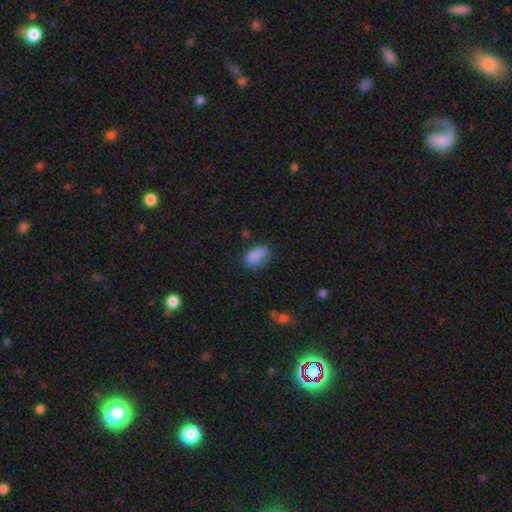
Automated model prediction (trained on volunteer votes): Smooth or featured?
  - smooth: 85% *
  - star or artifact: 9%
  - featured or disk: 6%
How rounded?
  - in between: 88% *
  - round: 9%
  - cigar-shaped: 3%
Merging?
  - none: 67% *
  - minor disturbance: 24%
  - major disturbance: 7%
  - merger: 2%